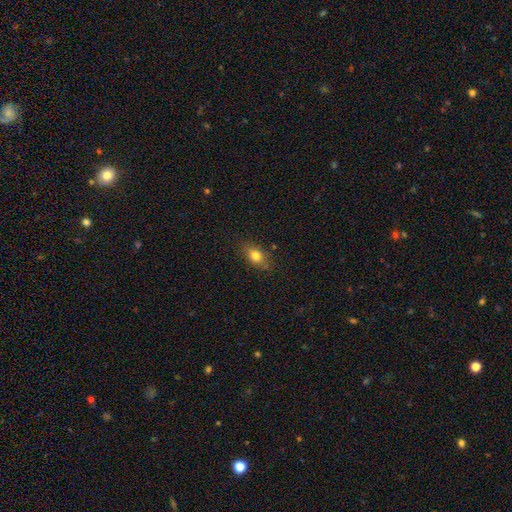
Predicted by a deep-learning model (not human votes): The model was most divided on "how rounded": in between: 73%, round: 23%, cigar-shaped: 4%. More confident: merging — none (79%); smooth or featured — smooth (79%).